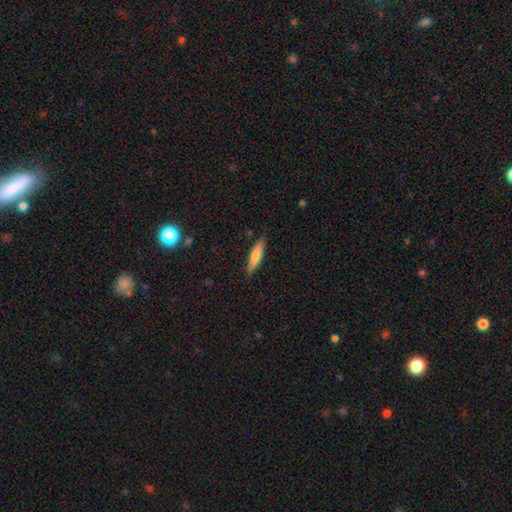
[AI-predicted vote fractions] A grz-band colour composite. It shows a smooth galaxy with no disk features (71%) that is cigar-shaped (75%). Merging: none (85%).